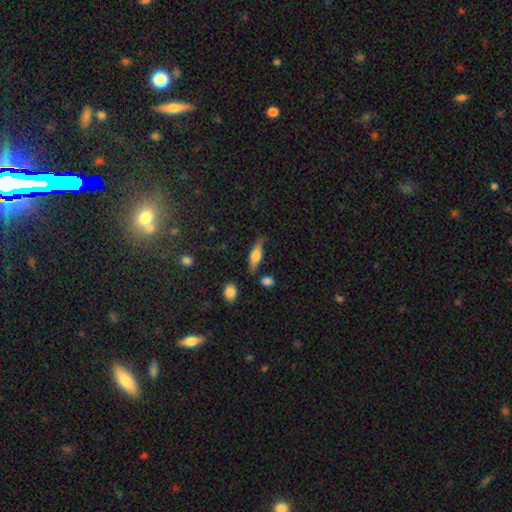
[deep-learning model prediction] Q: Smooth or featured?
A: smooth (49%); runner-up: featured or disk (43%)
Q: Merging?
A: none (73%); runner-up: minor disturbance (18%)